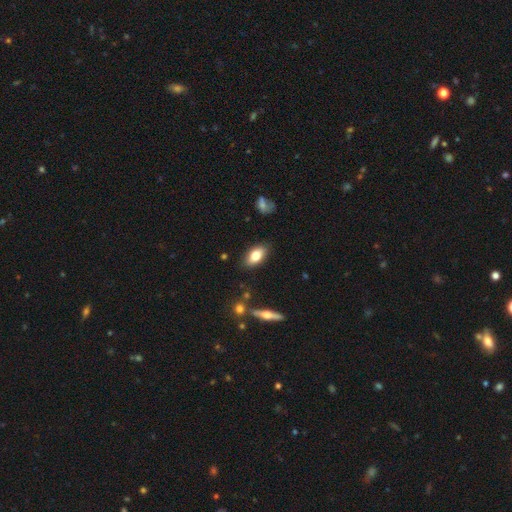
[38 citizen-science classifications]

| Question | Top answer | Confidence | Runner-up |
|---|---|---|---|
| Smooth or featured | smooth | 76% | featured or disk (21%) |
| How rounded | in between | 90% | round (7%) |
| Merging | none | 89% | minor disturbance (5%) |